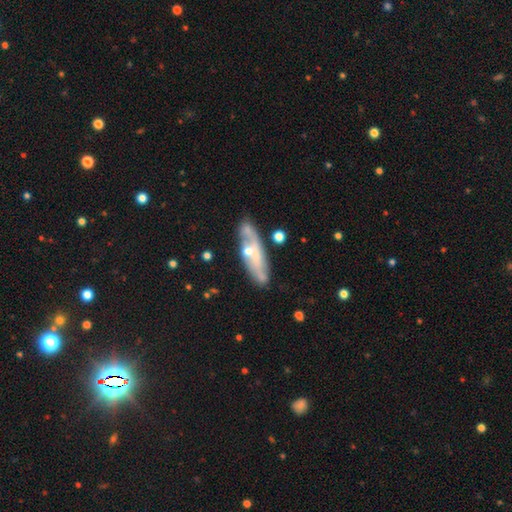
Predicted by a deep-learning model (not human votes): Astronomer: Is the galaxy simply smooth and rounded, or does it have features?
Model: featured or disk — 64%.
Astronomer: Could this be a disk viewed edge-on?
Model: no — 61% (runner-up: yes, 39%).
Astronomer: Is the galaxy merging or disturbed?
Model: none — 74%.